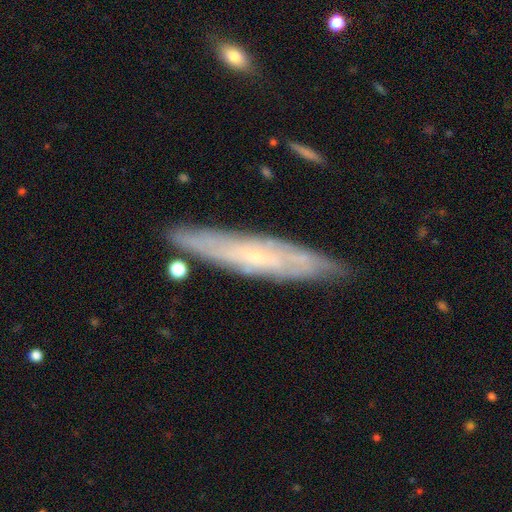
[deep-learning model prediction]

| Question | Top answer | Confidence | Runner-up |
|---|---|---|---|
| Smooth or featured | featured or disk | 67% | smooth (26%) |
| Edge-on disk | yes | 55% | no (45%) |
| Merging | none | 82% | minor disturbance (13%) |